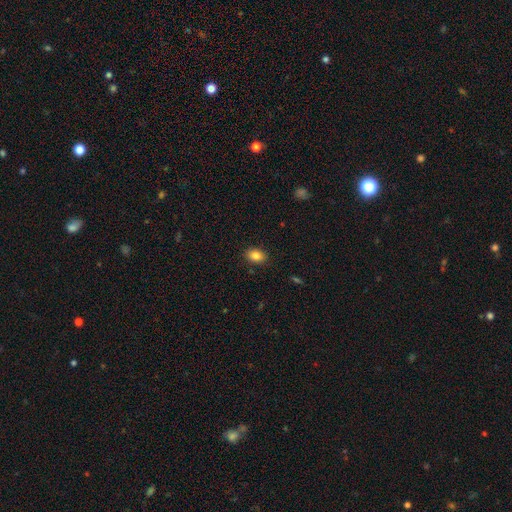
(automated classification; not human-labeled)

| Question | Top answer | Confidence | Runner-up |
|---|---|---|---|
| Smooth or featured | smooth | 85% | star or artifact (9%) |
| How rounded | in between | 78% | round (21%) |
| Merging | none | 88% | minor disturbance (9%) |